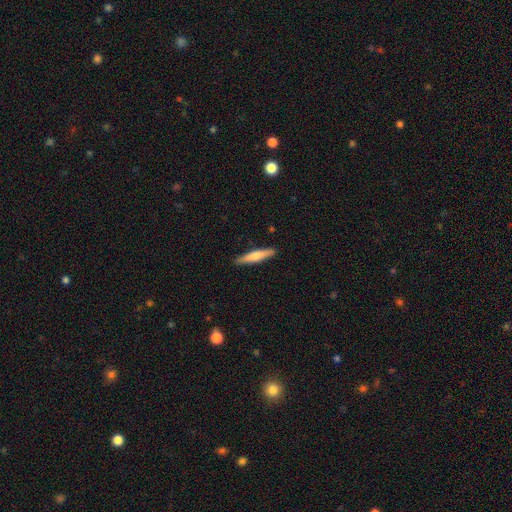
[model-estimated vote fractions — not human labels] This is likely a smooth galaxy (62%). How rounded: clearly cigar-shaped (88%). Merging: clearly none (90%).